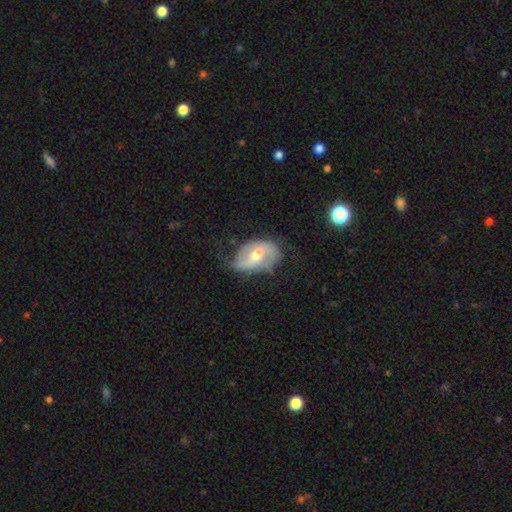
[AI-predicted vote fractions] Smooth or featured? Predicted: featured or disk (p=0.61). Edge-on disk? Predicted: no (p=0.94). Bar? Predicted: weak (p=0.48). Spiral arms? Predicted: yes (p=0.67). Bulge size? Predicted: moderate (p=0.70). Merging? Predicted: none (p=0.41).